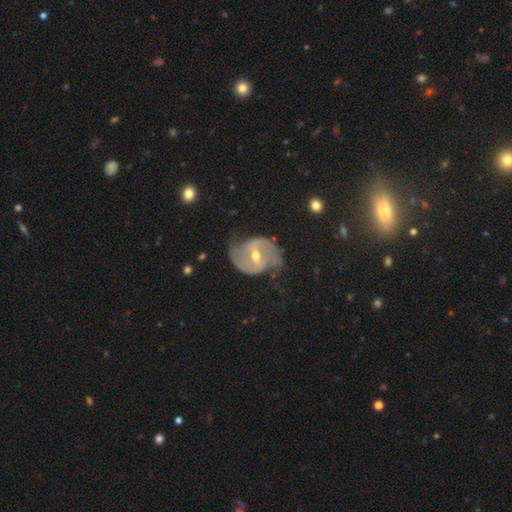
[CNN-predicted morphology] Overall: featured or disk (86%). Edge-on disk: no (97%). Bar: weak (49%; strong 30%). Spiral arms: yes (94%). Spiral arm count: 2 (85%). Spiral winding: medium (44%; loose 31%). Bulge size: moderate (66%; small 30%). Merging: none (63%; minor disturbance 24%).